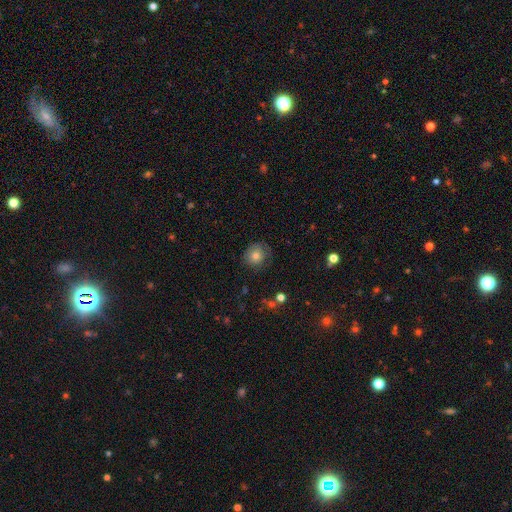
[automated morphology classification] This appears to be a smooth galaxy with no disk features (76%) that is round (83%). Merging: none (74%).